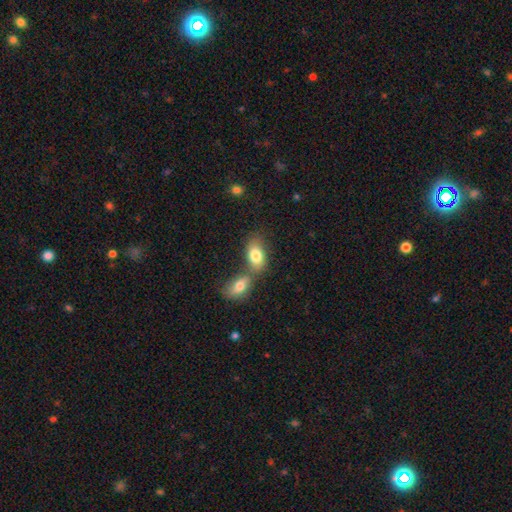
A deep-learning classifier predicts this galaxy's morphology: Q: Smooth or featured?
A: smooth (80%); runner-up: featured or disk (12%)
Q: How rounded?
A: in between (88%); runner-up: round (10%)
Q: Merging?
A: merger (48%); runner-up: none (38%)